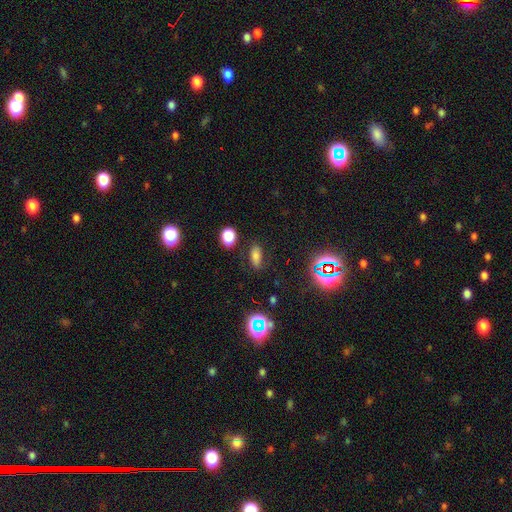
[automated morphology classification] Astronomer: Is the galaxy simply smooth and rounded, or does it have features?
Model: smooth — 70%.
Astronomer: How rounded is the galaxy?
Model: in between — 82%.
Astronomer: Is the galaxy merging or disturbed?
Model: none — 81%.